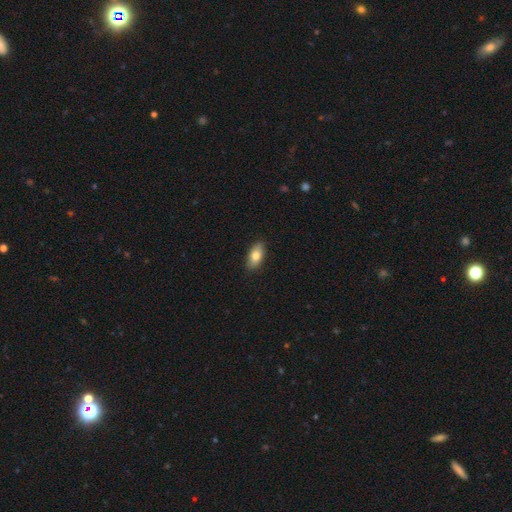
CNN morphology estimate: type=smooth (79%); roundness=in between (90%); merging=none (87%).